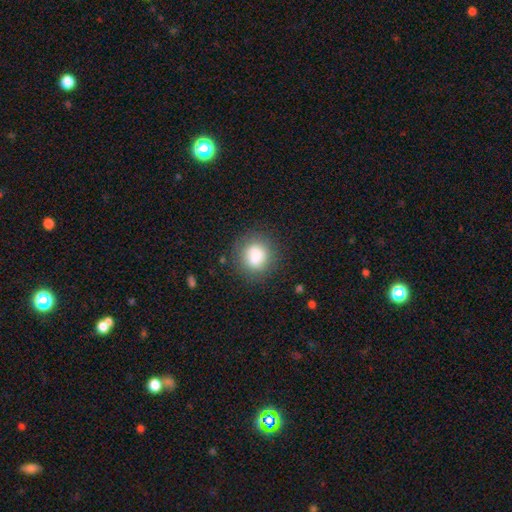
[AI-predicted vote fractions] Overall: smooth (84%). How rounded: round (82%). Merging: none (81%).